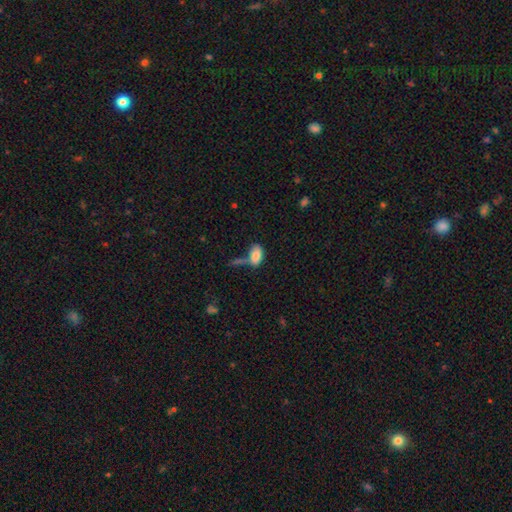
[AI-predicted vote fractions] smooth_or_featured: smooth (p=0.83) [alt: featured or disk p=0.09]
how_rounded: in between (p=0.93) [alt: round p=0.04]
merging: none (p=0.47) [alt: merger p=0.25]